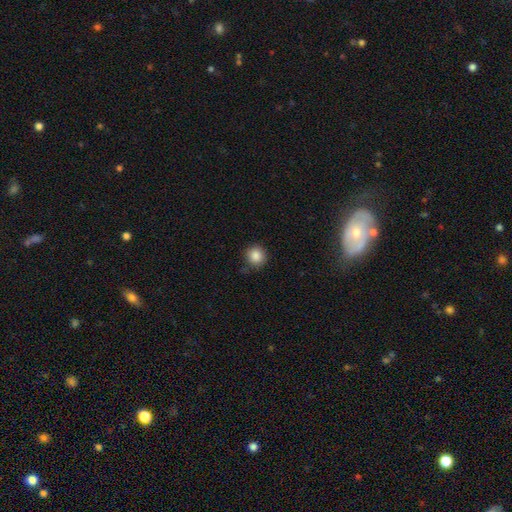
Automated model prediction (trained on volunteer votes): This is clearly a smooth galaxy (86%). How rounded: clearly round (92%). Merging: clearly none (85%).